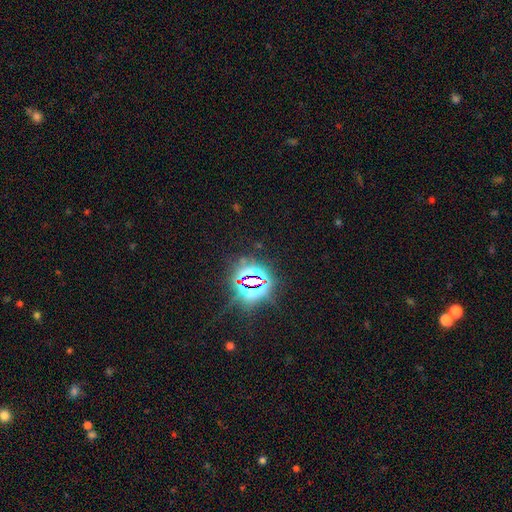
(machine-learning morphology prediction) star or artifact 82%, smooth 10%, featured or disk 7%.